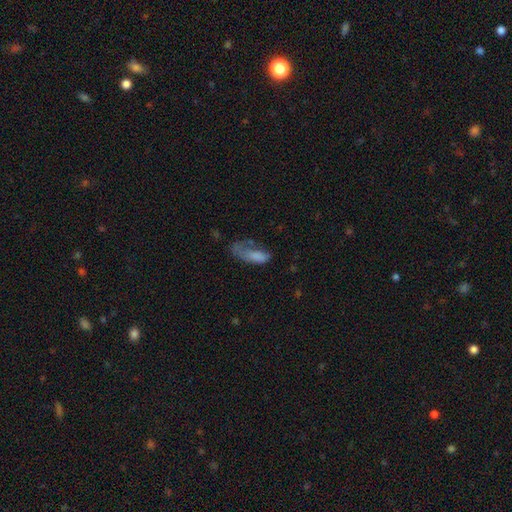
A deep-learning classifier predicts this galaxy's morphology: Q: Smooth or featured?
A: smooth (68%); runner-up: featured or disk (22%)
Q: How rounded?
A: in between (79%); runner-up: cigar-shaped (17%)
Q: Merging?
A: major disturbance (48%); runner-up: none (24%)